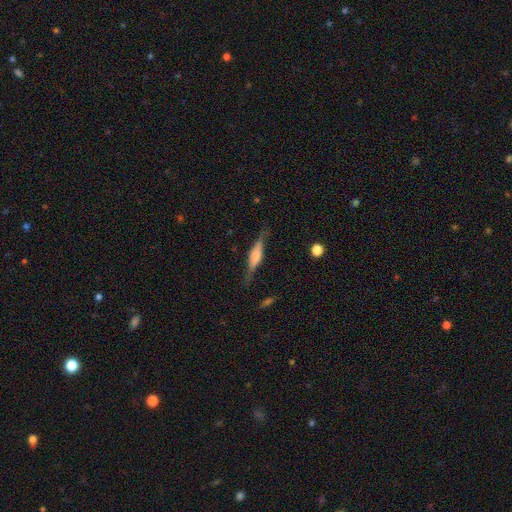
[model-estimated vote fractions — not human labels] Smooth or featured? featured or disk (64%)
Edge-on disk? yes (95%)
Edge-on bulge? rounded (54%)
Merging? none (77%)